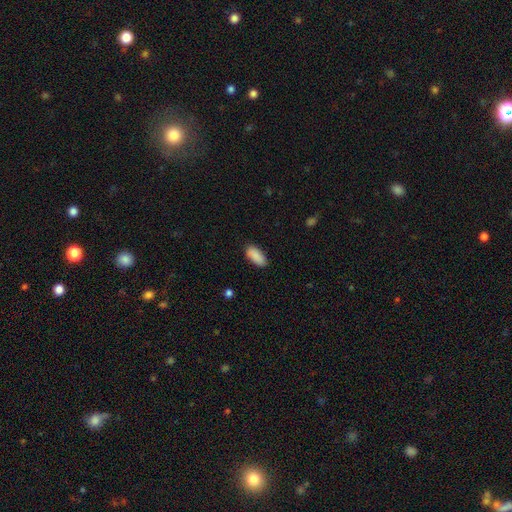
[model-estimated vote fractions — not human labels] Smooth or featured? Predicted: smooth (p=0.90). How rounded? Predicted: in between (p=0.88). Merging? Predicted: none (p=0.86).